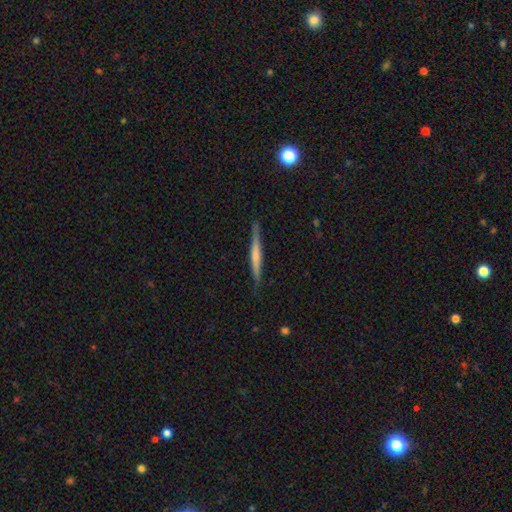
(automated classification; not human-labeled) The model was most divided on "edge-on bulge": none: 47%, rounded: 39%, boxy: 14%. More confident: edge-on disk — yes (97%); merging — none (87%); smooth or featured — featured or disk (53%).